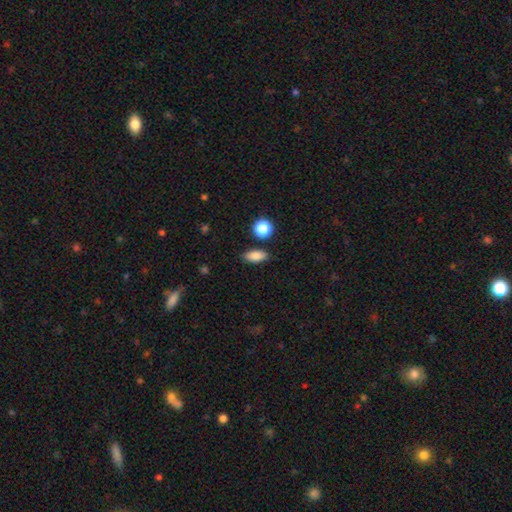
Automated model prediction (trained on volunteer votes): The model was most divided on "how rounded": in between: 81%, cigar-shaped: 10%, round: 9%. More confident: merging — none (84%); smooth or featured — smooth (84%).